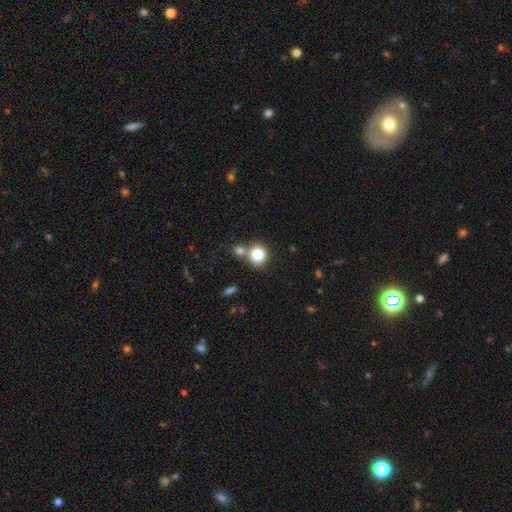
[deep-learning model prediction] Overall: smooth (80%). How rounded: round (89%). Merging: none (67%).